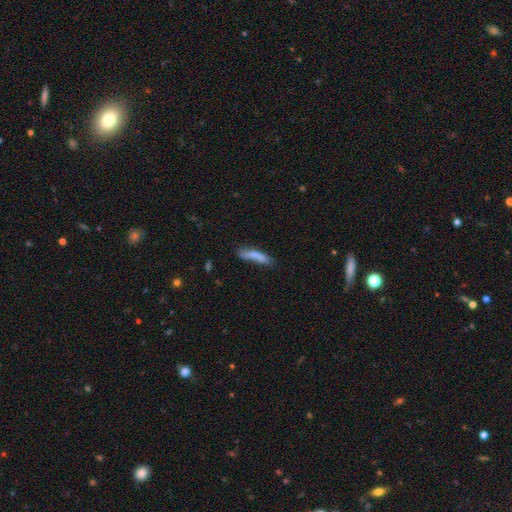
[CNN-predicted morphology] smooth 73%, featured or disk 19%, star or artifact 8%. Down the decision tree: how rounded — cigar-shaped (78%); merging — none (49%).